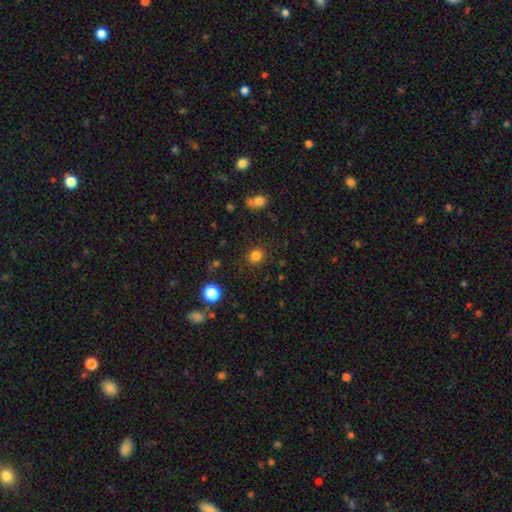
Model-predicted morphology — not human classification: type=smooth (82%); roundness=round (79%); merging=none (88%).